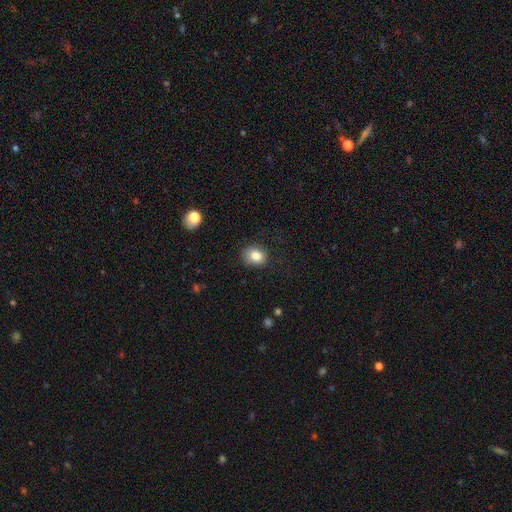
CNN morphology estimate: Smooth or featured?
  - smooth: 84% *
  - star or artifact: 10%
  - featured or disk: 7%
How rounded?
  - round: 60% *
  - in between: 40%
  - cigar-shaped: 1%
Merging?
  - none: 80% *
  - minor disturbance: 15%
  - major disturbance: 4%
  - merger: 1%